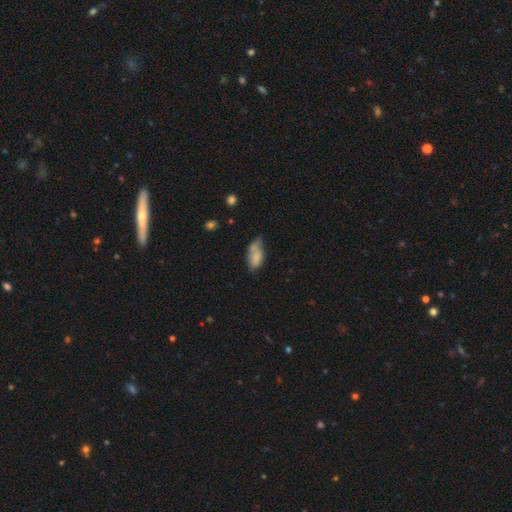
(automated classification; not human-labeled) This appears to be a smooth galaxy with no disk features (73%) that is in between round and cigar-shaped (90%). Merging: minor disturbance (34%).